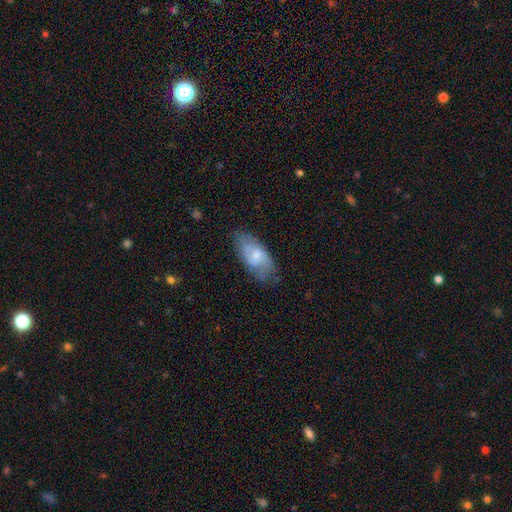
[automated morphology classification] This is possibly a featured or disk galaxy (49%). Merging: likely none (67%).